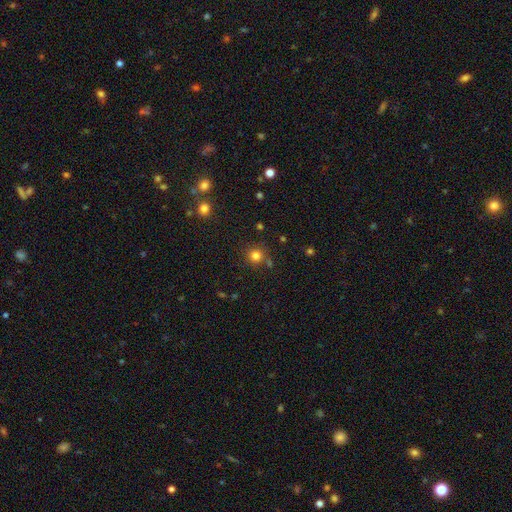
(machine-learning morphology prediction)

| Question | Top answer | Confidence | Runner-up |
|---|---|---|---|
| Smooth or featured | smooth | 79% | star or artifact (15%) |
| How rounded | round | 93% | in between (6%) |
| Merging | none | 81% | minor disturbance (9%) |